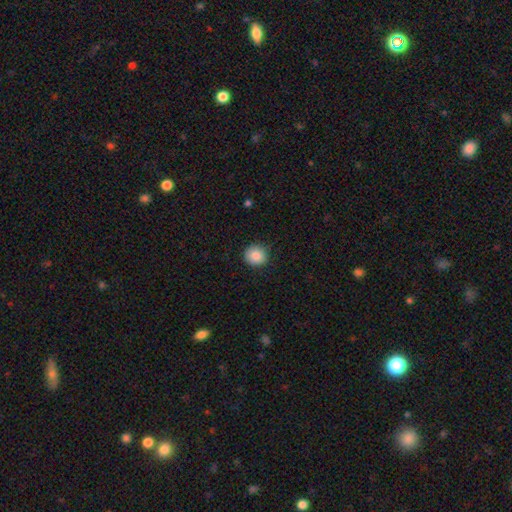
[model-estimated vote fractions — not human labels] Overall: smooth (86%). How rounded: round (90%). Merging: none (85%).